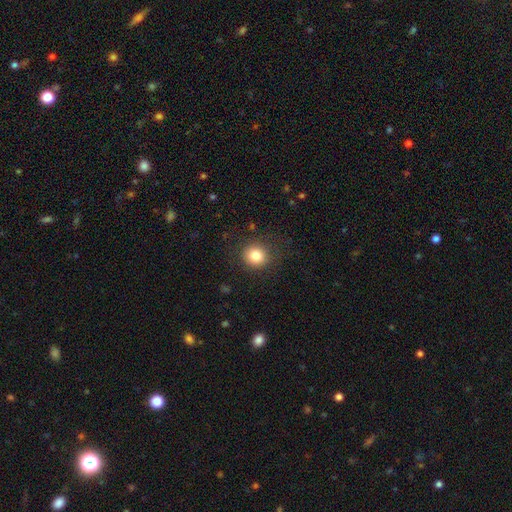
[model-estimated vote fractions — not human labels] Overall: smooth (81%). How rounded: round (91%). Merging: none (87%).